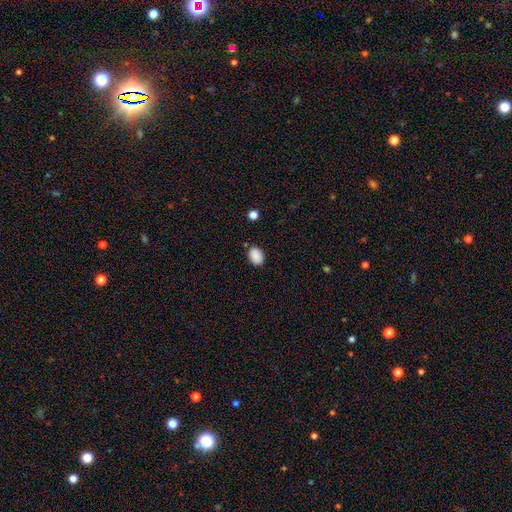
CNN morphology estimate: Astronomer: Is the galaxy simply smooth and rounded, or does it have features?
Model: smooth — 88%.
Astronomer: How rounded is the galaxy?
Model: in between — 75%.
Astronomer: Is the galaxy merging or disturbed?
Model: none — 83%.